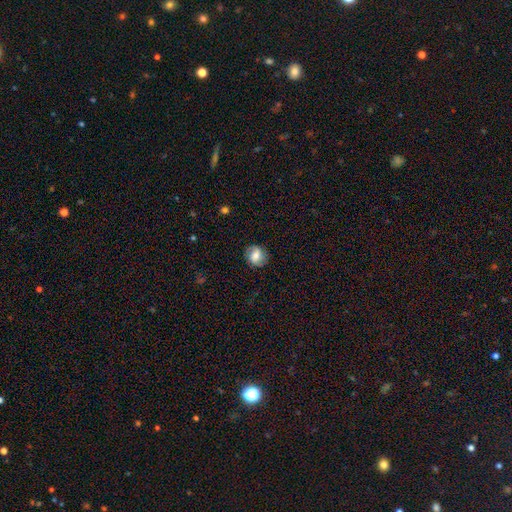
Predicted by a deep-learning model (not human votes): This appears to be a smooth galaxy with no disk features (48%). Merging: none (81%).